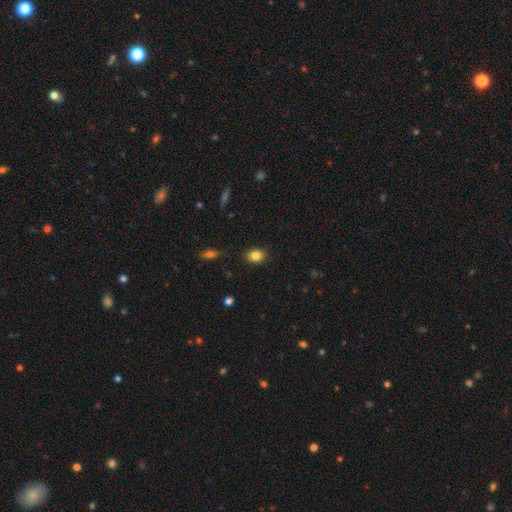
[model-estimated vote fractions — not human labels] smooth 84%, star or artifact 10%, featured or disk 7%. Down the decision tree: how rounded — in between (67%); merging — none (86%).